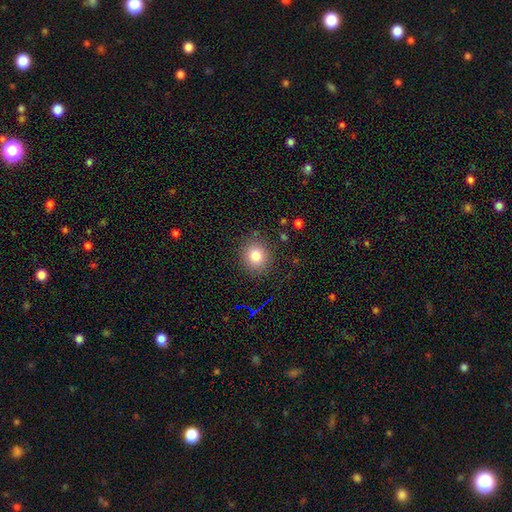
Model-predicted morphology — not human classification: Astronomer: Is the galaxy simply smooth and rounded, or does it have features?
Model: smooth — 82%.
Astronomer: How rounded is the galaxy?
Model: round — 84%.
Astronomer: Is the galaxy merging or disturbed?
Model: none — 87%.